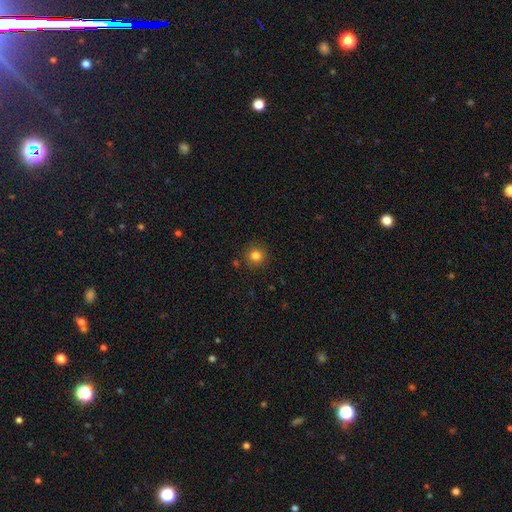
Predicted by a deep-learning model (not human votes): Overall: smooth (82%). How rounded: round (92%). Merging: none (88%).